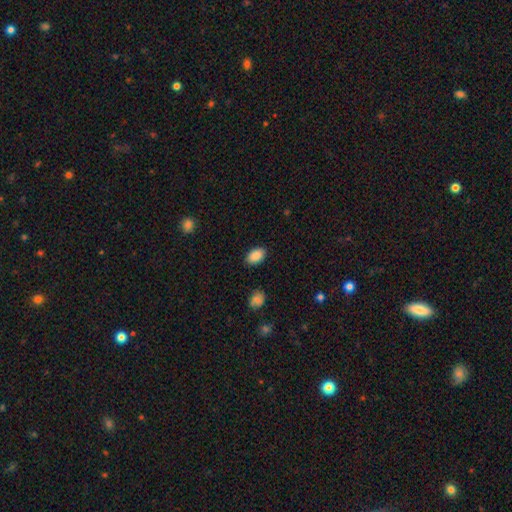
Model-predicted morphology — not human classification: Smooth or featured?
  - smooth: 88% *
  - star or artifact: 8%
  - featured or disk: 4%
How rounded?
  - in between: 92% *
  - round: 7%
  - cigar-shaped: 1%
Merging?
  - none: 87% *
  - minor disturbance: 9%
  - major disturbance: 2%
  - merger: 1%